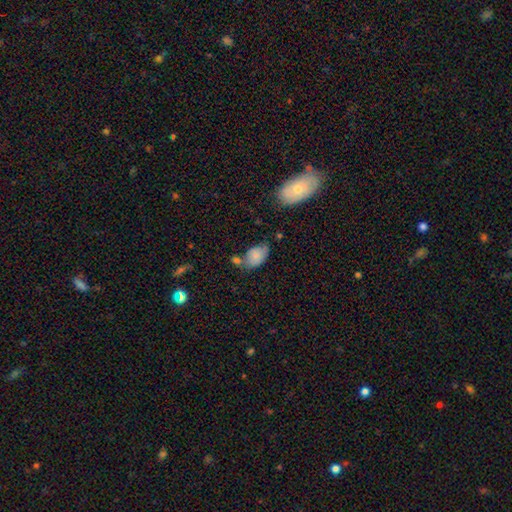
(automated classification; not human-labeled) Morphology: type=smooth (80%); roundness=in between (90%); merging=none (45%).